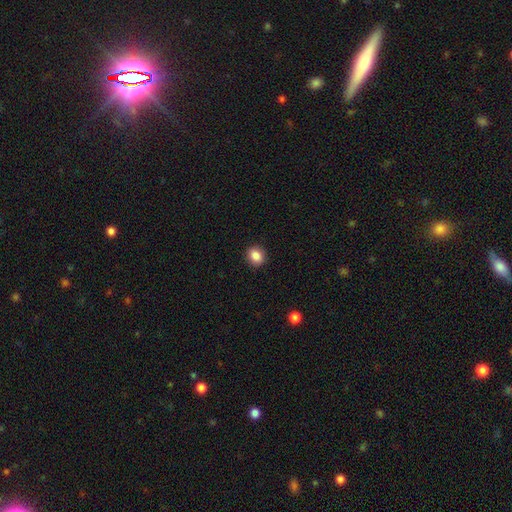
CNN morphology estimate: Smooth or featured? smooth (86%)
How rounded? round (70%)
Merging? none (91%)